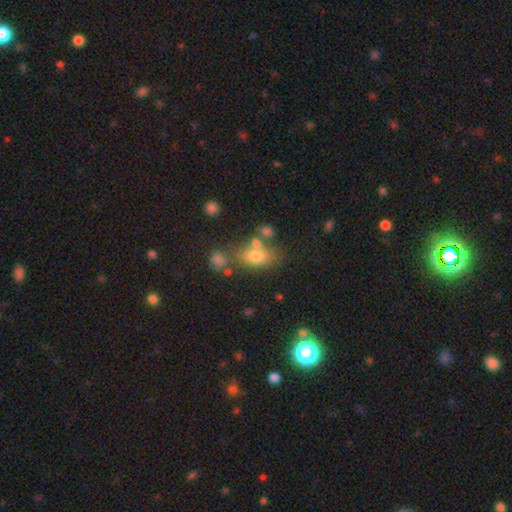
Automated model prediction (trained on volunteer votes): smooth-or-featured: smooth: 70% | featured or disk: 17% | star or artifact: 13%
  how-rounded: in between: 79% | round: 15% | cigar-shaped: 6%
  merging: none: 53% | merger: 23% | minor disturbance: 16% | major disturbance: 8%